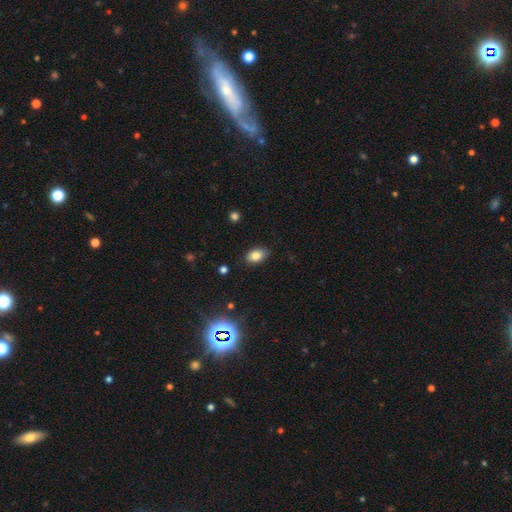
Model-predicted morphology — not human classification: smooth_or_featured: smooth (p=0.82) [alt: star or artifact p=0.10]
how_rounded: in between (p=0.87) [alt: round p=0.11]
merging: none (p=0.84) [alt: minor disturbance p=0.12]